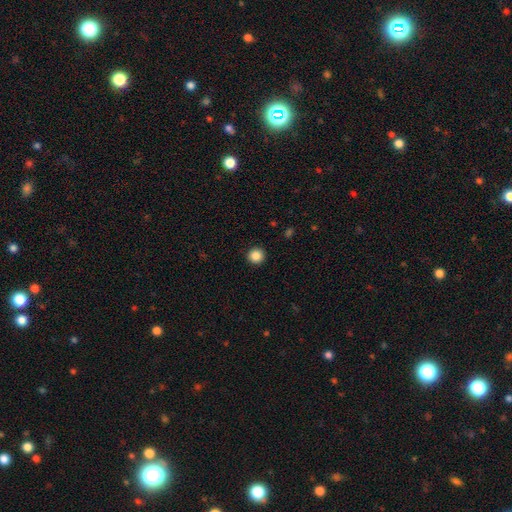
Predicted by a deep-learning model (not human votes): Smooth or featured?
  - smooth: 87% *
  - star or artifact: 10%
  - featured or disk: 3%
How rounded?
  - round: 95% *
  - in between: 4%
  - cigar-shaped: 1%
Merging?
  - none: 93% *
  - minor disturbance: 5%
  - major disturbance: 2%
  - merger: 1%